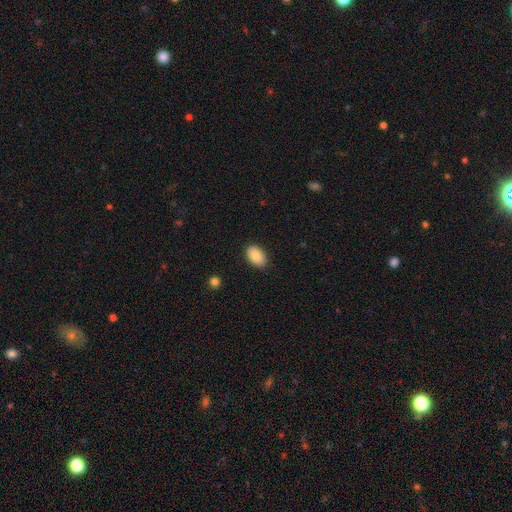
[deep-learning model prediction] Morphology: type=smooth (87%); roundness=in between (92%); merging=none (88%).